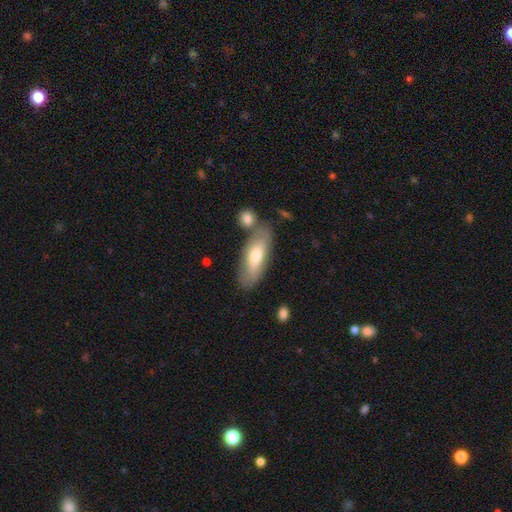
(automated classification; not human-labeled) Smooth or featured? smooth (67%)
How rounded? in between (67%)
Merging? none (67%)